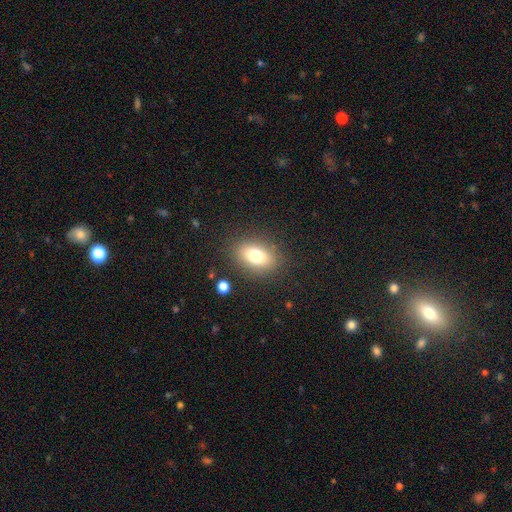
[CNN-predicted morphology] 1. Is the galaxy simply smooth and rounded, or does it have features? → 76% smooth, 13% featured or disk, 11% star or artifact.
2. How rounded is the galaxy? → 81% in between, 17% round, 2% cigar-shaped.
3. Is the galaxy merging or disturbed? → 84% none, 10% minor disturbance, 4% major disturbance, 2% merger.